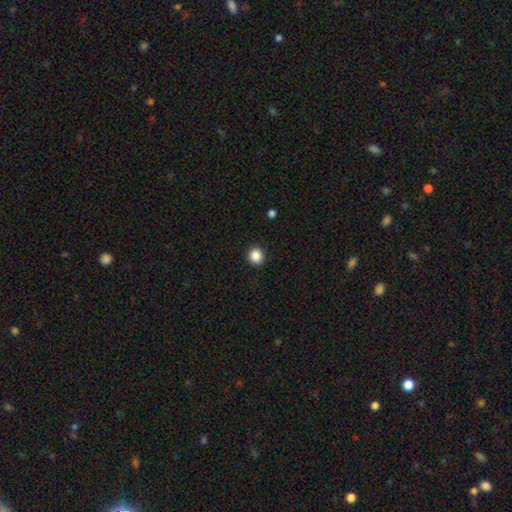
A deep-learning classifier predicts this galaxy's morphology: type=smooth (87%); roundness=round (89%); merging=none (92%).